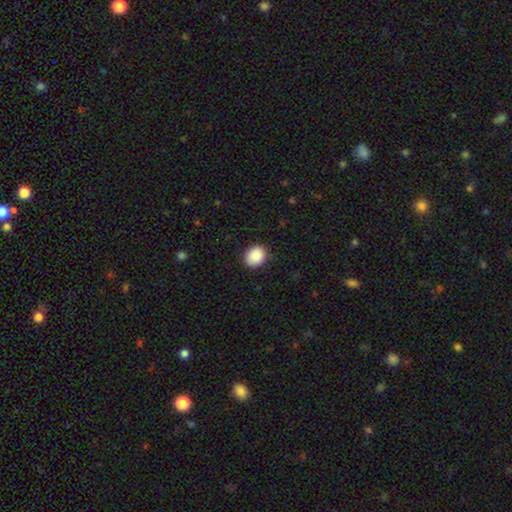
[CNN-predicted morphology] type=smooth (89%); roundness=round (50%); merging=none (87%).